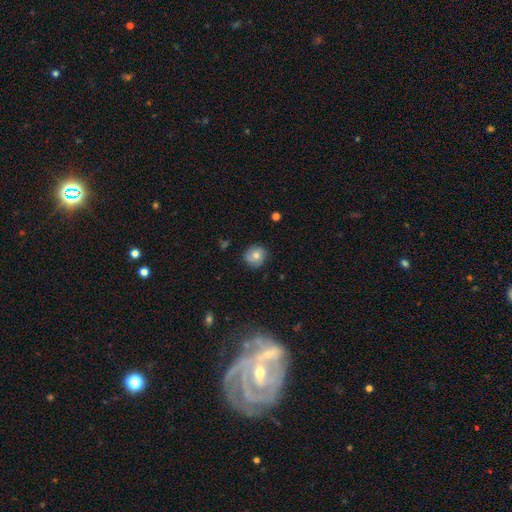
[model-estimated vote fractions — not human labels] Overall: smooth (70%). How rounded: round (87%). Merging: none (79%).